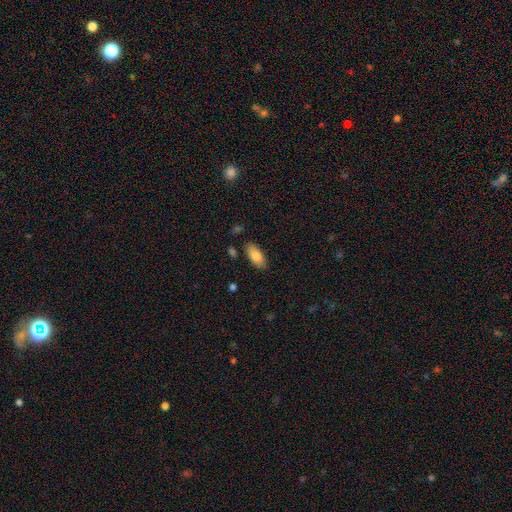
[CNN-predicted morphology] A smooth galaxy with no disk features (83%) that is in between round and cigar-shaped (88%).

Vote fractions:
- Smooth or featured? smooth: 83% / featured or disk: 10% / star or artifact: 6%
- How rounded? in between: 88% / cigar-shaped: 10% / round: 2%
- Merging? none: 85% / minor disturbance: 11% / merger: 2% / major disturbance: 2%